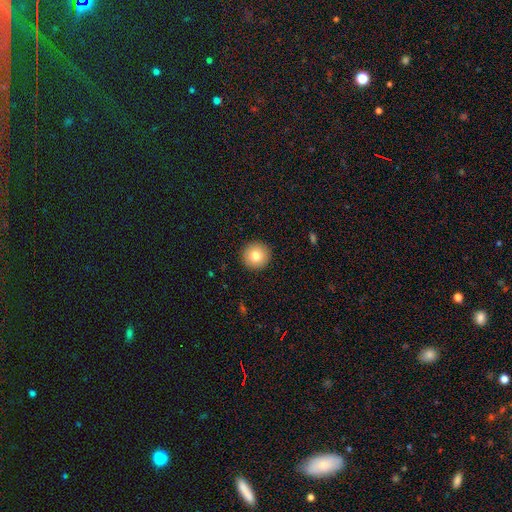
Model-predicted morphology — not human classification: This appears to be a smooth galaxy with no disk features (79%) that is round (96%). Merging: none (93%).